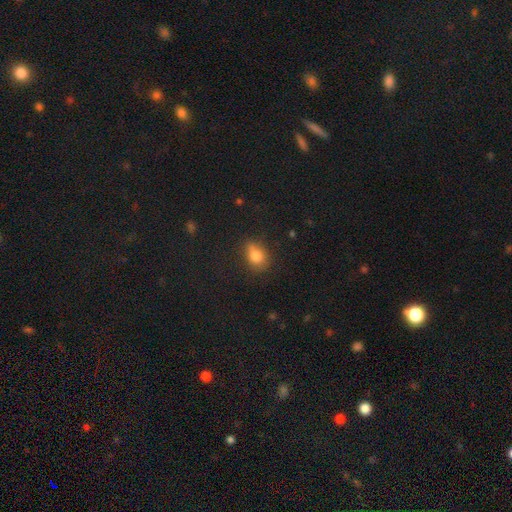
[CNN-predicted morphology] A smooth galaxy with no disk features (80%) that is in between round and cigar-shaped (55%).

Vote fractions:
- Smooth or featured? smooth: 80% / star or artifact: 11% / featured or disk: 9%
- How rounded? in between: 55% / round: 43% / cigar-shaped: 2%
- Merging? none: 63% / minor disturbance: 24% / major disturbance: 7% / merger: 6%